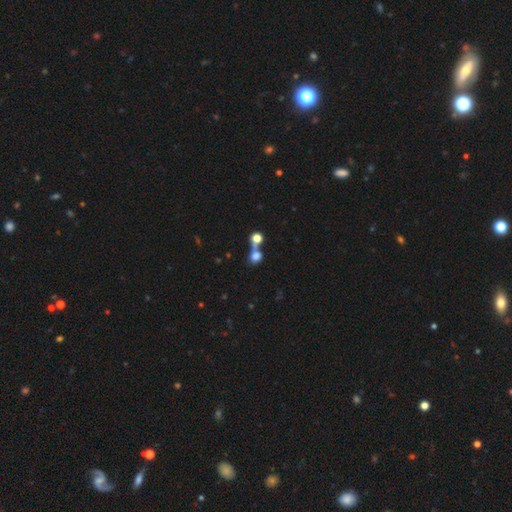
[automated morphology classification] Smooth or featured?
  - smooth: 75% *
  - star or artifact: 14%
  - featured or disk: 10%
How rounded?
  - round: 72% *
  - in between: 26%
  - cigar-shaped: 2%
Merging?
  - merger: 49% *
  - none: 38%
  - minor disturbance: 8%
  - major disturbance: 6%